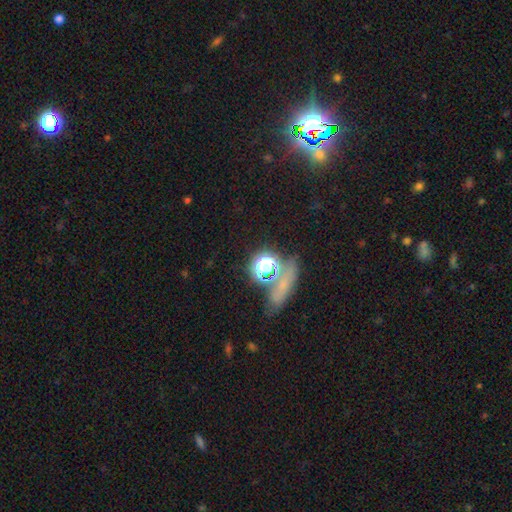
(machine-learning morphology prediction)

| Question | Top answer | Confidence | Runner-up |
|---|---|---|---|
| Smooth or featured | star or artifact | 56% | smooth (33%) |